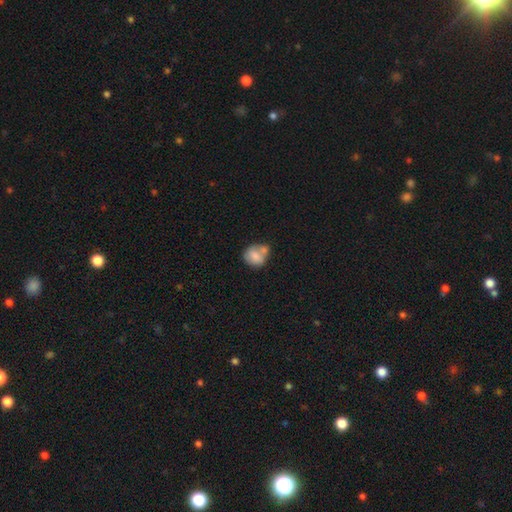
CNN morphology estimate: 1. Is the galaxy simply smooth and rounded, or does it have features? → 76% smooth, 16% featured or disk, 7% star or artifact.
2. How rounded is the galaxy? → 71% round, 28% in between, 1% cigar-shaped.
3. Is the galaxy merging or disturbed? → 46% merger, 35% none, 14% minor disturbance, 5% major disturbance.